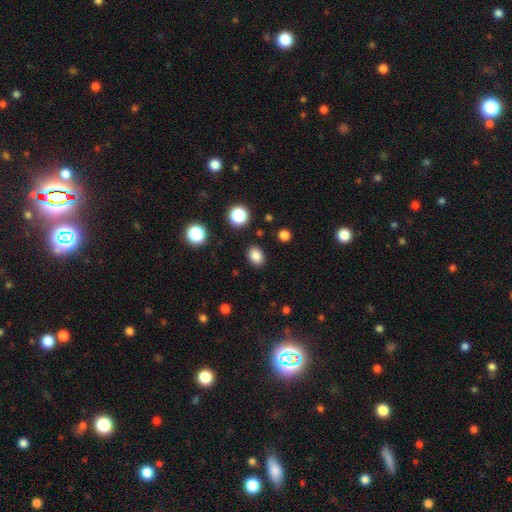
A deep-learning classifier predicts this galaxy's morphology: This is clearly a smooth galaxy (84%). How rounded: likely in between (67%). Merging: clearly none (88%).